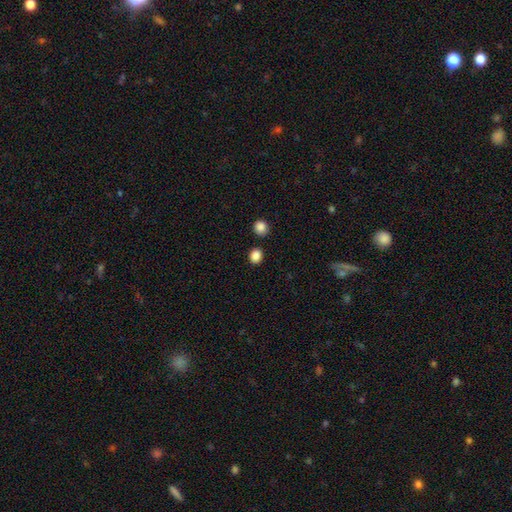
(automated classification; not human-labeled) Smooth or featured: smooth — 86% (star or artifact — 11%)
How rounded: round — 62% (in between — 37%)
Merging: none — 84% (minor disturbance — 8%)